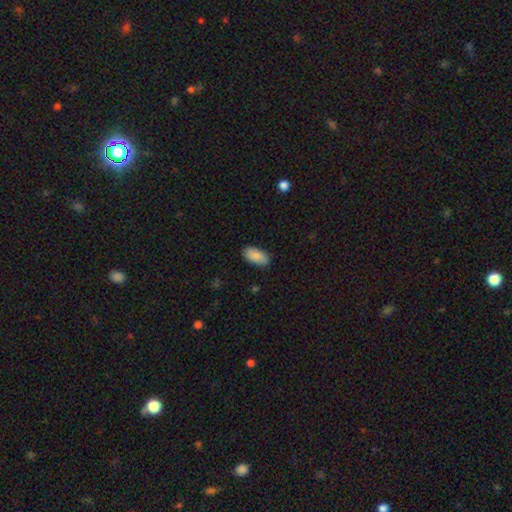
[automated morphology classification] Q: Smooth or featured?
A: smooth (88%); runner-up: star or artifact (6%)
Q: How rounded?
A: in between (93%); runner-up: cigar-shaped (4%)
Q: Merging?
A: none (86%); runner-up: minor disturbance (11%)